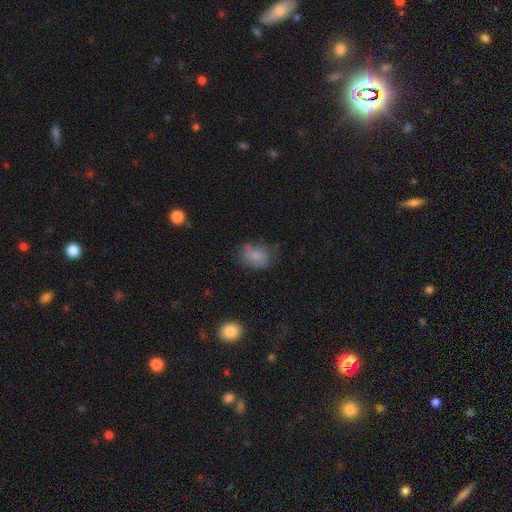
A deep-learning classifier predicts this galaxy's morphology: smooth 76%, featured or disk 14%, star or artifact 10%. Down the decision tree: how rounded — in between (70%); merging — none (54%).